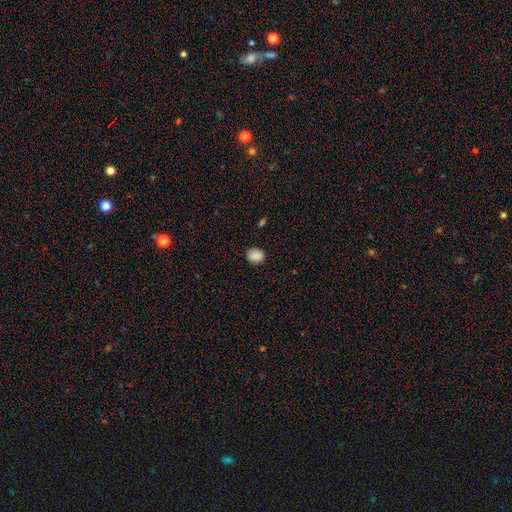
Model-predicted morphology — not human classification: A smooth galaxy with no disk features (88%) that is round (55%). Merging: none (86%).